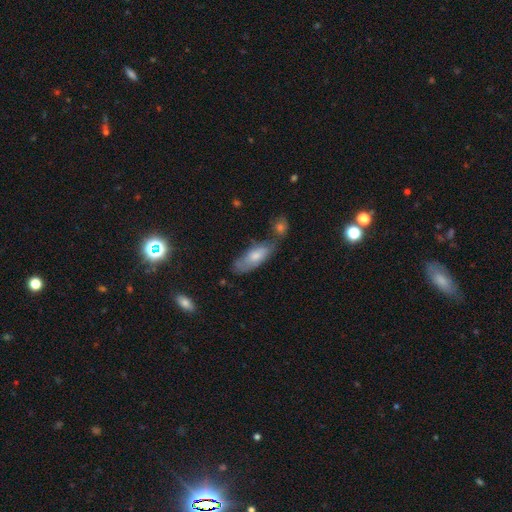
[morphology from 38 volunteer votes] This is likely a smooth galaxy (61%). How rounded: clearly in between (83%). Merging: possibly none (56%).